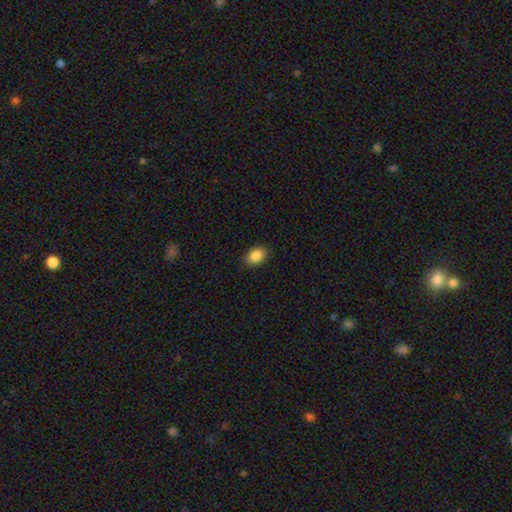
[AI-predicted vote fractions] This appears to be a smooth galaxy with no disk features (88%) that is in between round and cigar-shaped (74%). Merging: none (88%).